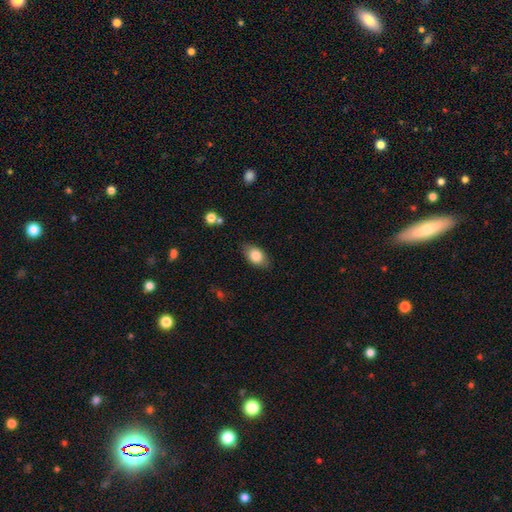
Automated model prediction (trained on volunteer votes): Smooth or featured? Predicted: smooth (p=0.82). How rounded? Predicted: in between (p=0.88). Merging? Predicted: none (p=0.83).